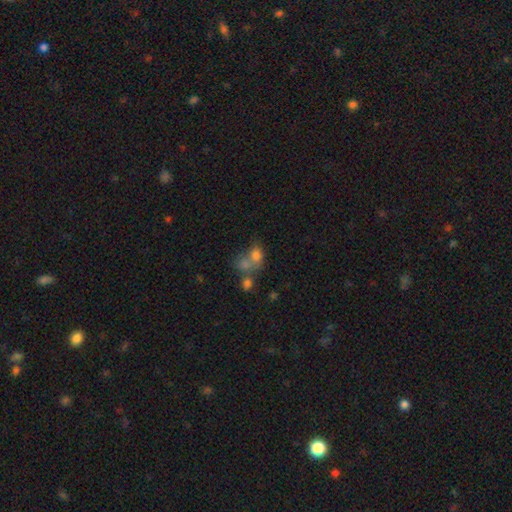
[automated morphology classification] Smooth or featured? Predicted: smooth (p=0.70). How rounded? Predicted: in between (p=0.52). Merging? Predicted: merger (p=0.58).